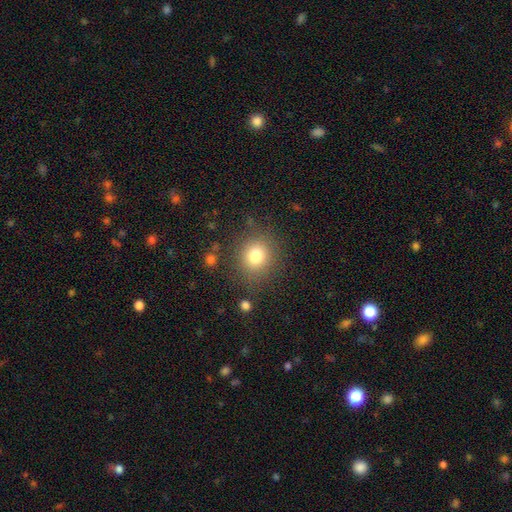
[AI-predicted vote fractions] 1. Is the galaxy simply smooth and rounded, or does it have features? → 79% smooth, 12% star or artifact, 9% featured or disk.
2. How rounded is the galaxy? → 83% round, 16% in between, 1% cigar-shaped.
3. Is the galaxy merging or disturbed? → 82% none, 11% minor disturbance, 5% major disturbance, 3% merger.